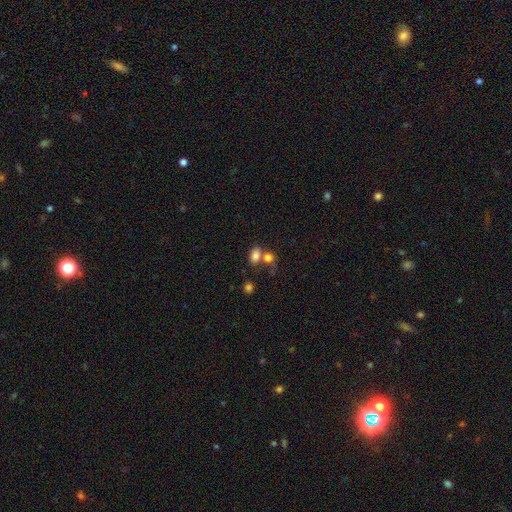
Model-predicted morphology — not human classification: The model was most divided on "merging": merger: 43%, none: 40%, minor disturbance: 11%, major disturbance: 6%. More confident: smooth or featured — smooth (81%); how rounded — in between (80%).